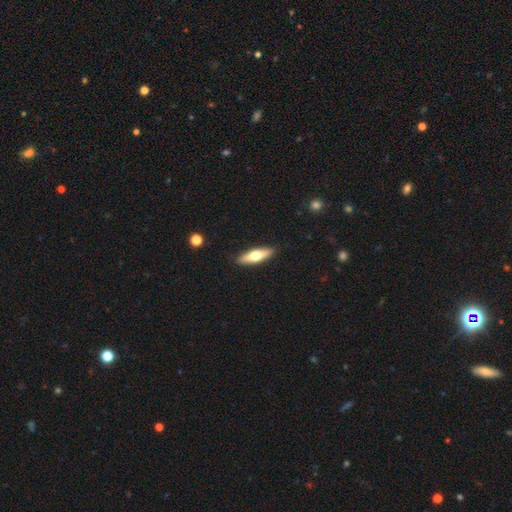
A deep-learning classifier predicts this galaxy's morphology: This appears to be a smooth galaxy with no disk features (55%) that is cigar-shaped (58%). Merging: none (89%).